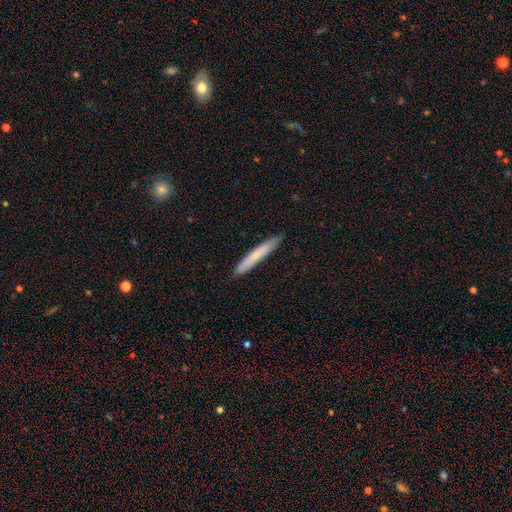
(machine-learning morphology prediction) This appears to be a smooth galaxy with no disk features (68%) that is cigar-shaped (95%). Merging: none (89%).